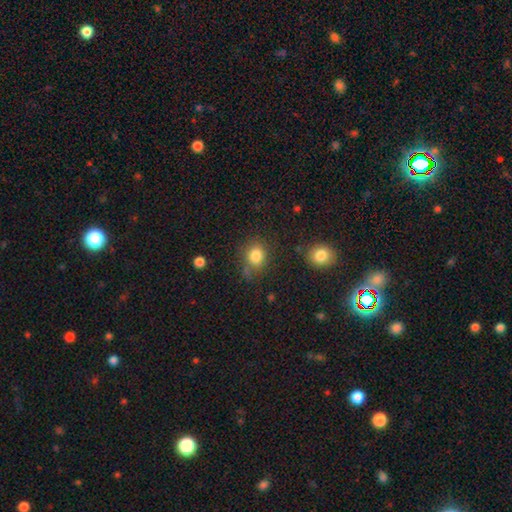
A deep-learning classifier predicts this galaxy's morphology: Smooth or featured: smooth — 83% (star or artifact — 11%)
How rounded: round — 64% (in between — 35%)
Merging: none — 69% (minor disturbance — 18%)